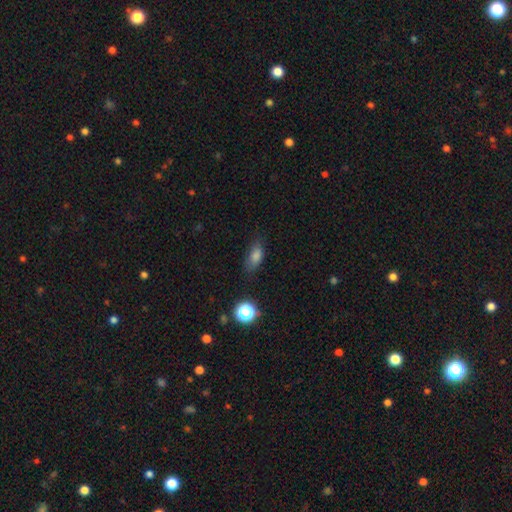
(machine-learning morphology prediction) A smooth galaxy with no disk features (79%) that is in between round and cigar-shaped (80%).

Vote fractions:
- Smooth or featured? smooth: 79% / star or artifact: 13% / featured or disk: 8%
- How rounded? in between: 80% / cigar-shaped: 11% / round: 9%
- Merging? none: 71% / minor disturbance: 21% / major disturbance: 6% / merger: 2%